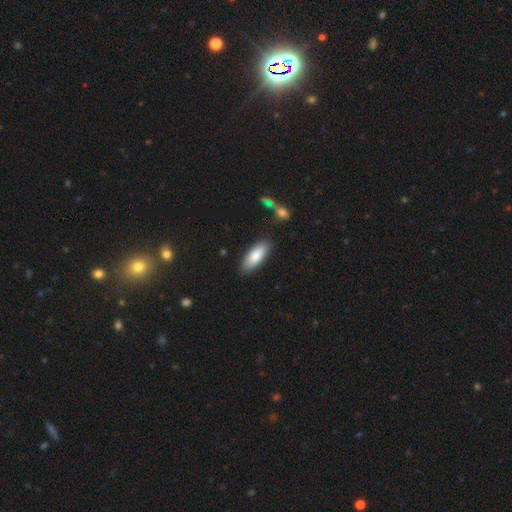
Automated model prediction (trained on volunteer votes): The model was most divided on "how rounded": in between: 72%, cigar-shaped: 27%, round: 2%. More confident: merging — none (85%); smooth or featured — smooth (82%).